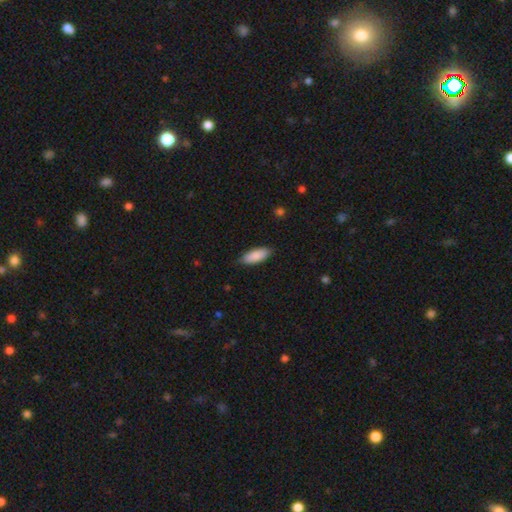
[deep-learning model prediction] The model was most divided on "how rounded": in between: 77%, cigar-shaped: 21%, round: 2%. More confident: smooth or featured — smooth (88%); merging — none (84%).